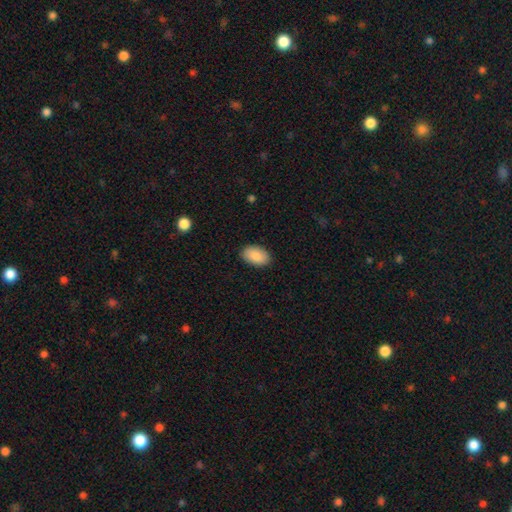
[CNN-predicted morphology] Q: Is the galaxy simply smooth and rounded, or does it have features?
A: smooth — 89%.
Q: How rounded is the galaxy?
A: in between — 93%.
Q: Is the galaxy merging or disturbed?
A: none — 89%.